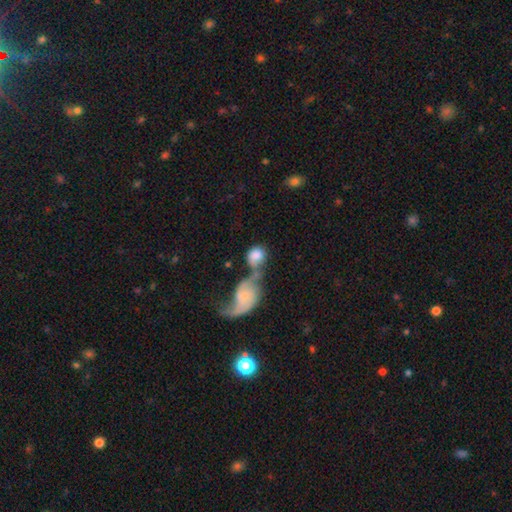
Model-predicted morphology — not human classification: Smooth or featured?
  - smooth: 72% *
  - featured or disk: 21%
  - star or artifact: 7%
How rounded?
  - round: 63% *
  - in between: 35%
  - cigar-shaped: 3%
Merging?
  - merger: 62% *
  - none: 19%
  - major disturbance: 10%
  - minor disturbance: 9%